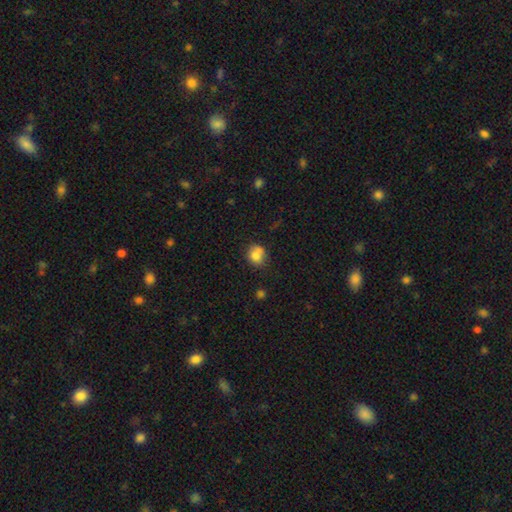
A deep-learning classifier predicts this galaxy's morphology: smooth 77%, featured or disk 13%, star or artifact 10%. Down the decision tree: how rounded — round (68%); merging — none (51%).